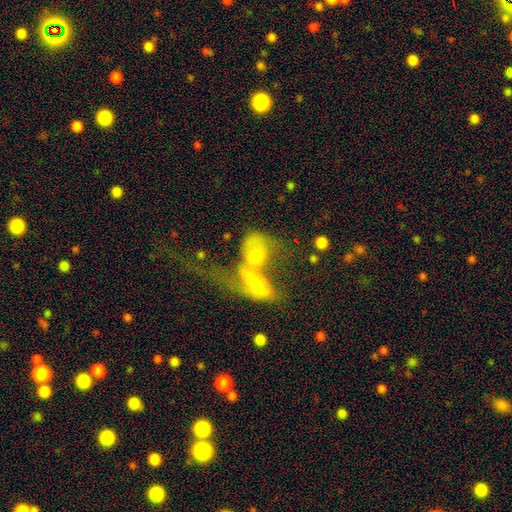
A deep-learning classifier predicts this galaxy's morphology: Q: Smooth or featured?
A: featured or disk (46%); runner-up: smooth (43%)
Q: Merging?
A: merger (76%); runner-up: major disturbance (11%)